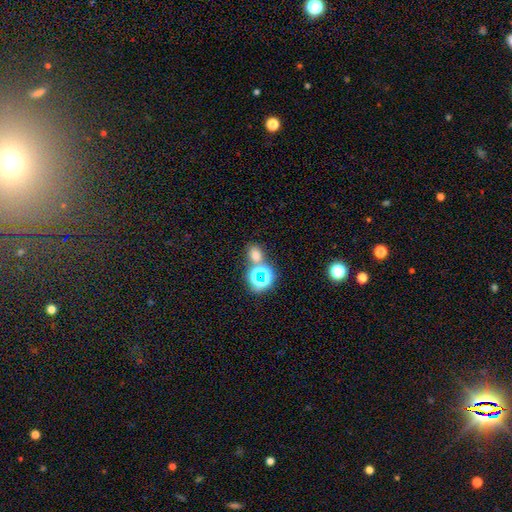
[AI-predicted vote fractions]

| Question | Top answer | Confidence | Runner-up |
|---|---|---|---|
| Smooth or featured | smooth | 61% | star or artifact (31%) |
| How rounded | round | 52% | in between (47%) |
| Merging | none | 65% | merger (21%) |